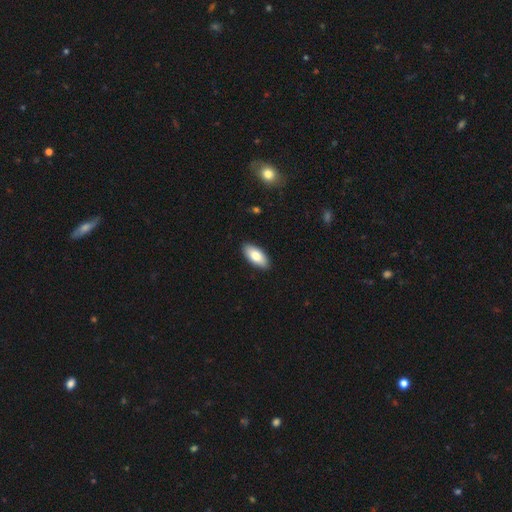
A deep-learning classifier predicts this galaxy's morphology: This appears to be a smooth galaxy with no disk features (81%) that is in between round and cigar-shaped (89%). Merging: none (89%).